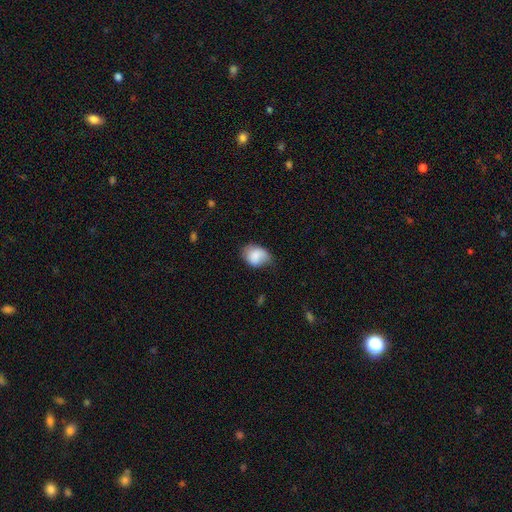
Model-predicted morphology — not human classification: Smooth or featured: smooth — 80% (featured or disk — 12%)
How rounded: in between — 68% (round — 31%)
Merging: none — 49% (minor disturbance — 39%)